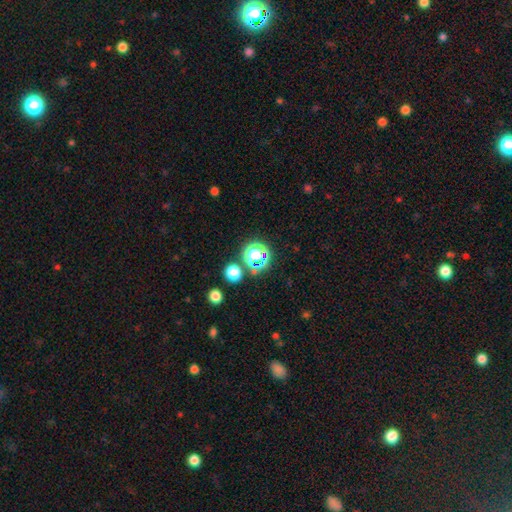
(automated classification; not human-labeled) Morphology: type=star or artifact (49%).